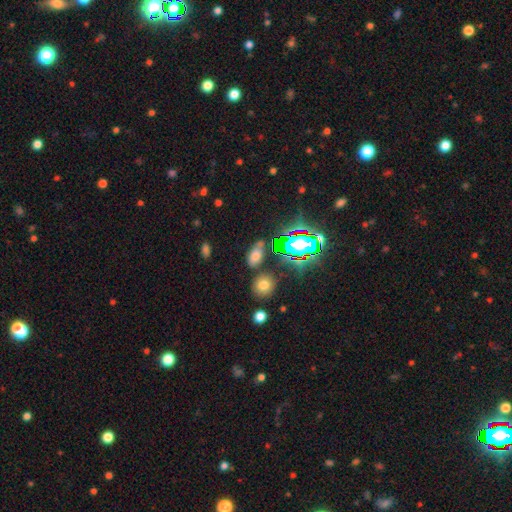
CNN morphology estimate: Smooth or featured?
  - smooth: 61% *
  - star or artifact: 25%
  - featured or disk: 14%
How rounded?
  - in between: 82% *
  - round: 12%
  - cigar-shaped: 6%
Merging?
  - none: 67% *
  - minor disturbance: 17%
  - merger: 9%
  - major disturbance: 7%